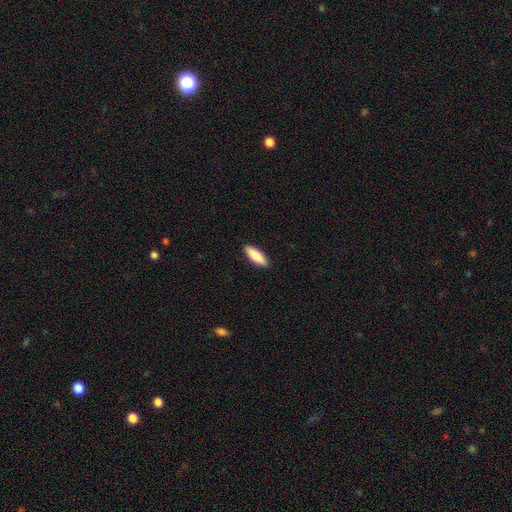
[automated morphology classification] smooth 85%, featured or disk 10%, star or artifact 5%. Down the decision tree: how rounded — in between (55%); merging — none (90%).